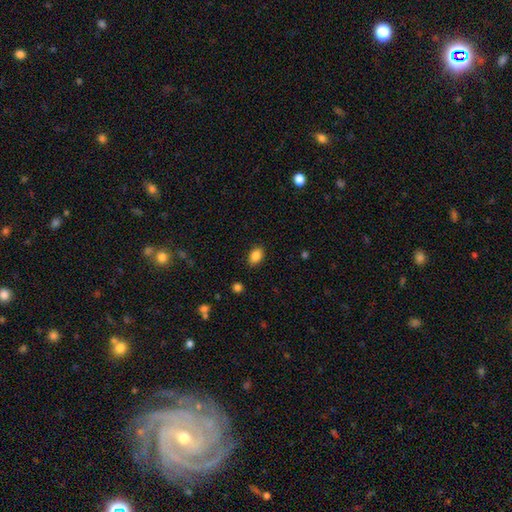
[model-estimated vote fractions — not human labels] Smooth or featured: smooth — 87% (star or artifact — 9%)
How rounded: in between — 81% (round — 18%)
Merging: none — 87% (minor disturbance — 9%)